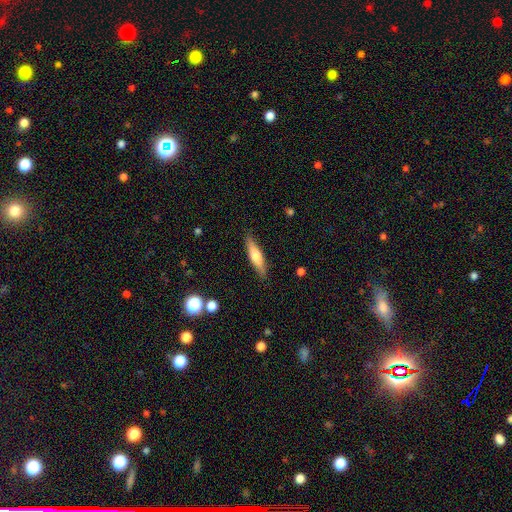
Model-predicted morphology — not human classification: smooth-or-featured: smooth: 56% | featured or disk: 38% | star or artifact: 6%
  how-rounded: cigar-shaped: 70% | in between: 28% | round: 2%
  merging: none: 88% | minor disturbance: 9% | major disturbance: 2% | merger: 1%